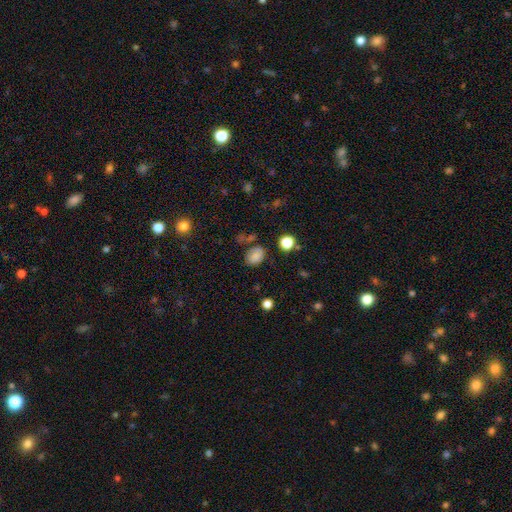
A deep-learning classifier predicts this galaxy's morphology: The model was most divided on "how rounded": in between: 70%, round: 29%, cigar-shaped: 1%. More confident: smooth or featured — smooth (81%); merging — none (73%).